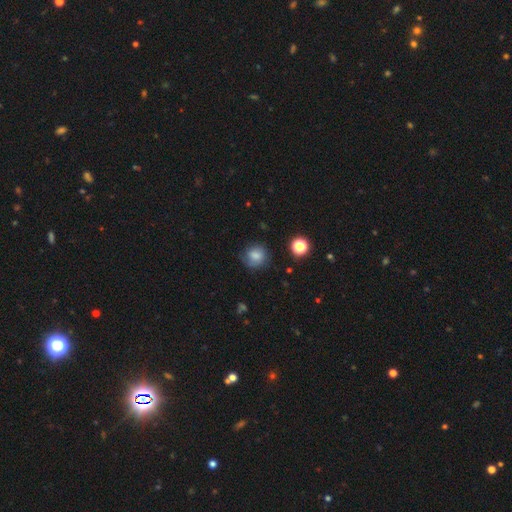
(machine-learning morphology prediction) This is likely a smooth galaxy (78%). How rounded: clearly round (84%). Merging: likely none (71%).